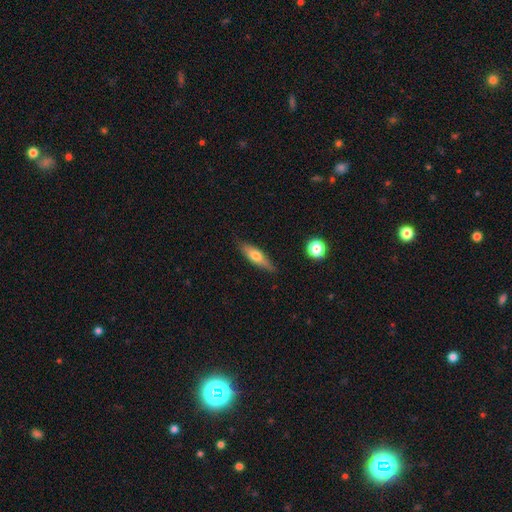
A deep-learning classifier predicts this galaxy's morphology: A smooth galaxy with no disk features (55%) that is cigar-shaped (59%). Merging: none (81%).